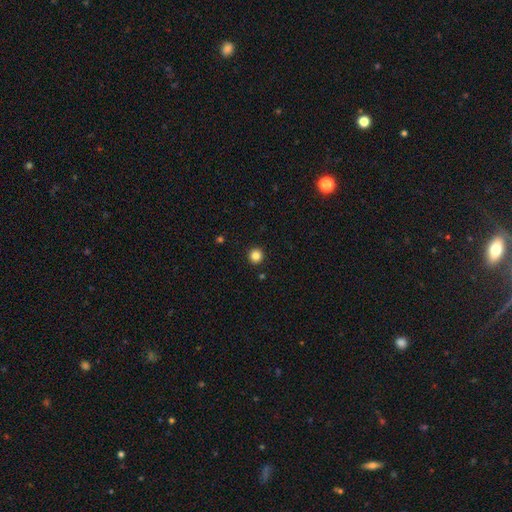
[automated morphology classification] type=smooth (84%); roundness=round (95%); merging=none (93%).